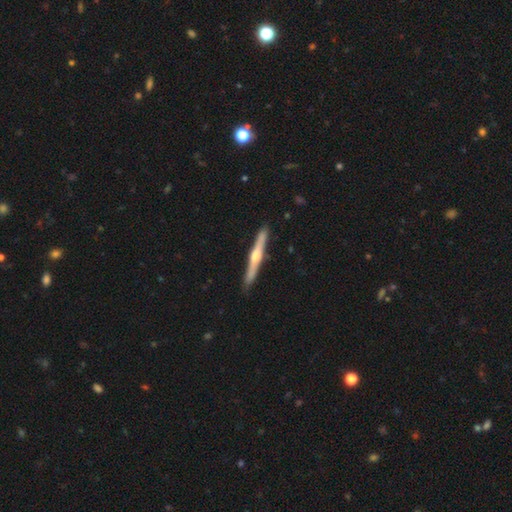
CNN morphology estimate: type=featured or disk (71%); edge-on=yes (98%); edge-on bulge=rounded (87%); merging=none (90%).